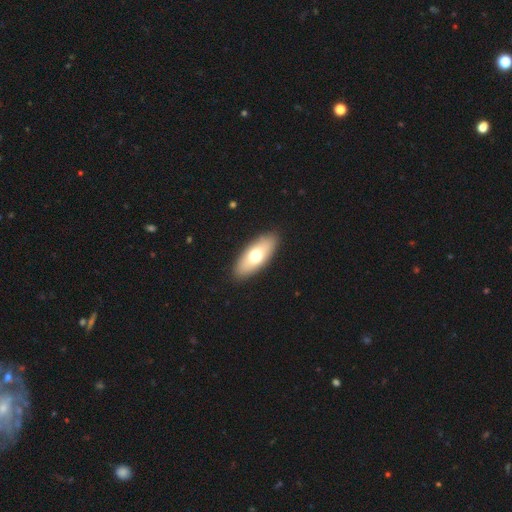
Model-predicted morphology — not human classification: Smooth or featured: smooth — 66% (featured or disk — 28%)
How rounded: in between — 79% (cigar-shaped — 18%)
Merging: none — 90% (minor disturbance — 7%)